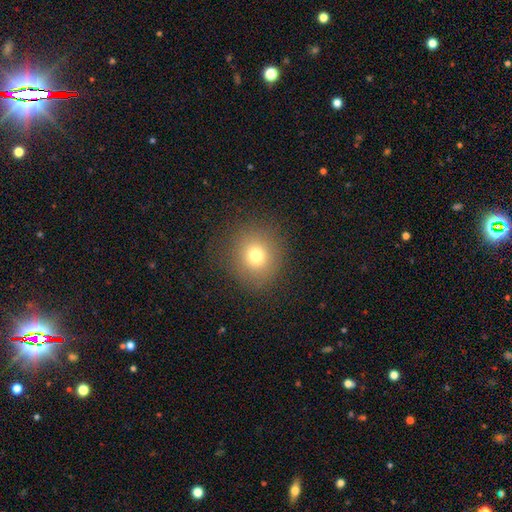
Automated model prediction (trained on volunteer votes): This appears to be a smooth galaxy with no disk features (74%) that is round (86%). Merging: none (86%).